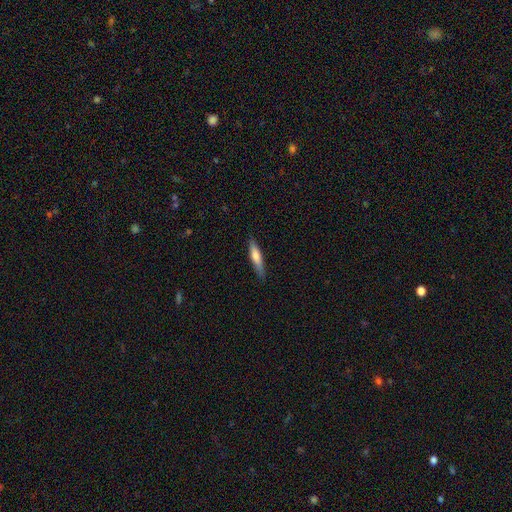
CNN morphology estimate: A smooth galaxy with no disk features (63%) that is cigar-shaped (84%). Merging: none (86%).